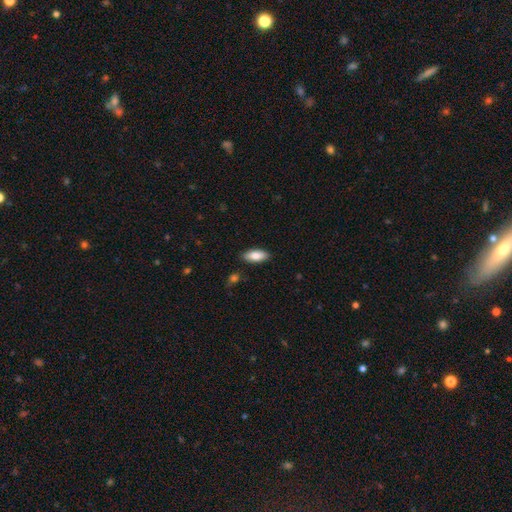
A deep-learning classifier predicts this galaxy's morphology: Q: Smooth or featured?
A: smooth (84%); runner-up: featured or disk (10%)
Q: How rounded?
A: in between (82%); runner-up: cigar-shaped (17%)
Q: Merging?
A: none (87%); runner-up: minor disturbance (9%)